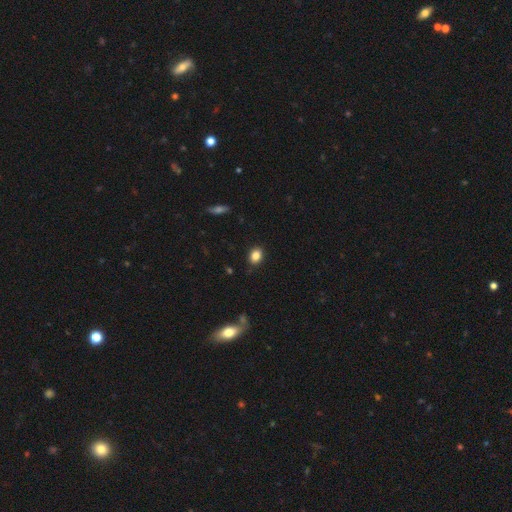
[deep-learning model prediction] The model was most divided on "how rounded": in between: 62%, round: 37%, cigar-shaped: 1%. More confident: merging — none (87%); smooth or featured — smooth (86%).